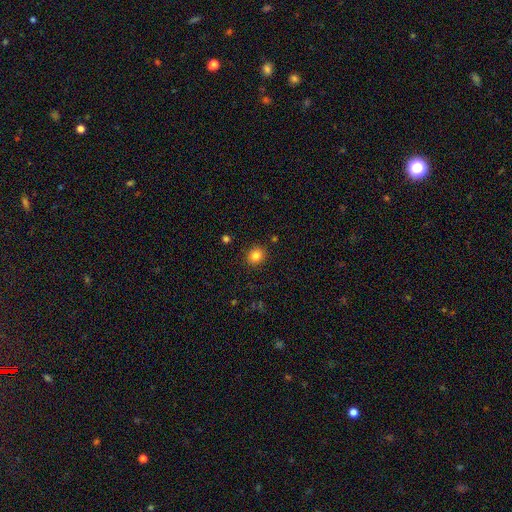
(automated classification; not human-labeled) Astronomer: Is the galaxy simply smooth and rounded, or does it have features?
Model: smooth — 83%.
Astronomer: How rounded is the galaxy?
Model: round — 78%.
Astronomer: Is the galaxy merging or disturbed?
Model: none — 89%.